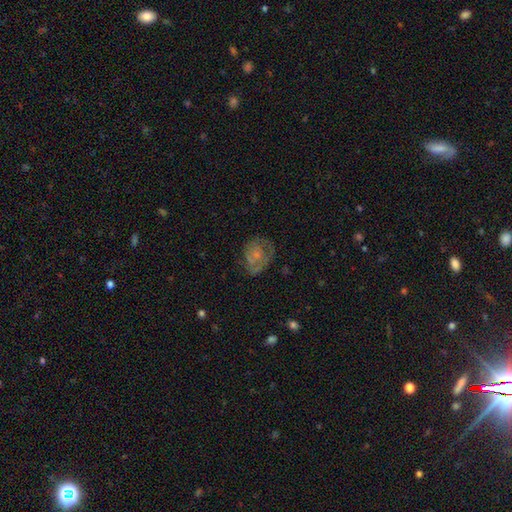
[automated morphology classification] type=featured or disk (49%); merging=none (51%).